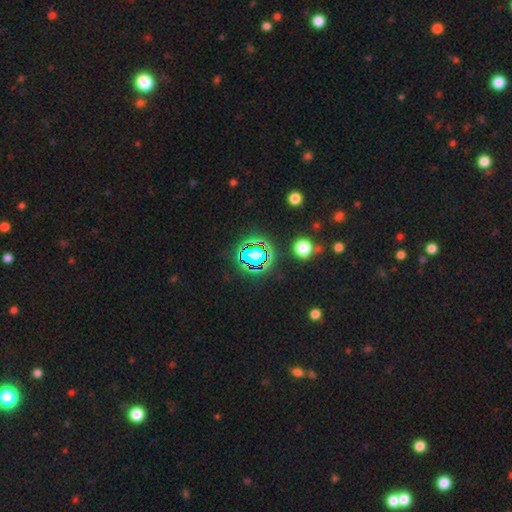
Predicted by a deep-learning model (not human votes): This is likely a star or artifact rather than a galaxy (78%).